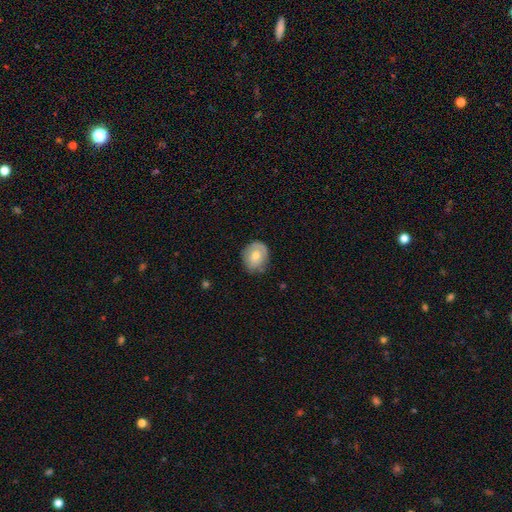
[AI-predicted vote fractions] Smooth or featured? Predicted: smooth (p=0.64). How rounded? Predicted: round (p=0.68). Merging? Predicted: none (p=0.72).